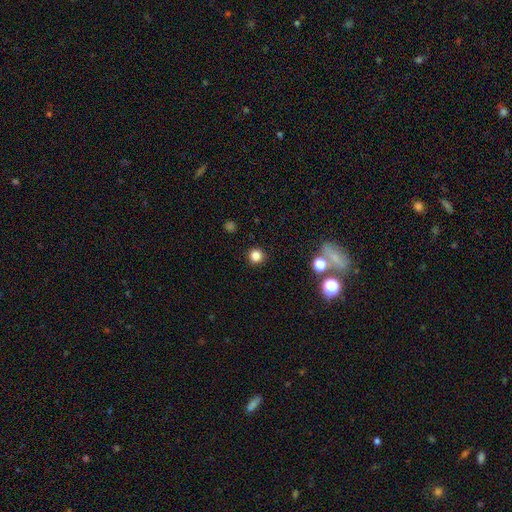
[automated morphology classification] smooth-or-featured: smooth: 82% | star or artifact: 14% | featured or disk: 4%
  how-rounded: round: 94% | in between: 5% | cigar-shaped: 1%
  merging: none: 92% | minor disturbance: 5% | major disturbance: 2% | merger: 1%